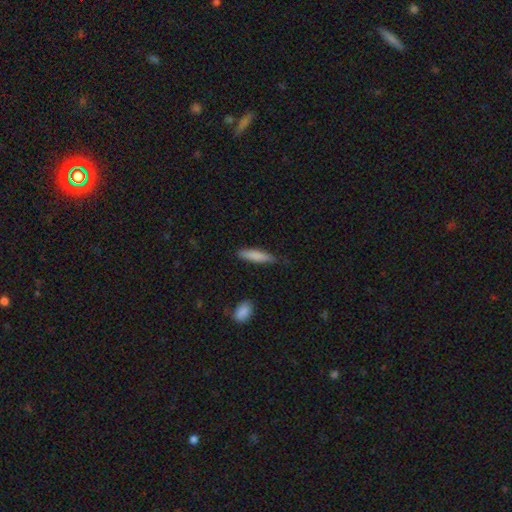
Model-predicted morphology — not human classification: A smooth galaxy with no disk features (82%) that is cigar-shaped (79%).

Vote fractions:
- Smooth or featured? smooth: 82% / featured or disk: 12% / star or artifact: 6%
- How rounded? cigar-shaped: 79% / in between: 19% / round: 2%
- Merging? none: 79% / minor disturbance: 16% / major disturbance: 3% / merger: 2%